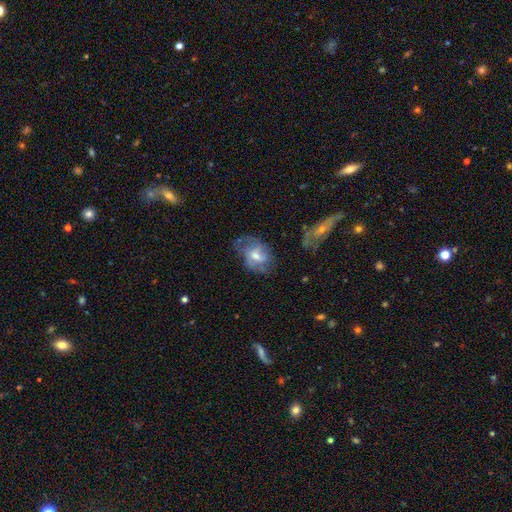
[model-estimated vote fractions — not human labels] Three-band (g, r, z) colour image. It shows a featured or disk galaxy (62%) with a weak bar (45%, tied with no), spiral arms (74%) and a moderate central bulge (57%). Merging: none (55%).